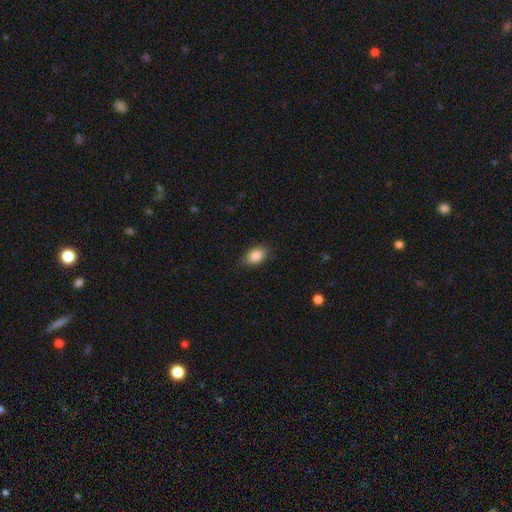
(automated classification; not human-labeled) This appears to be a smooth galaxy with no disk features (86%) that is in between round and cigar-shaped (84%). Merging: none (85%).